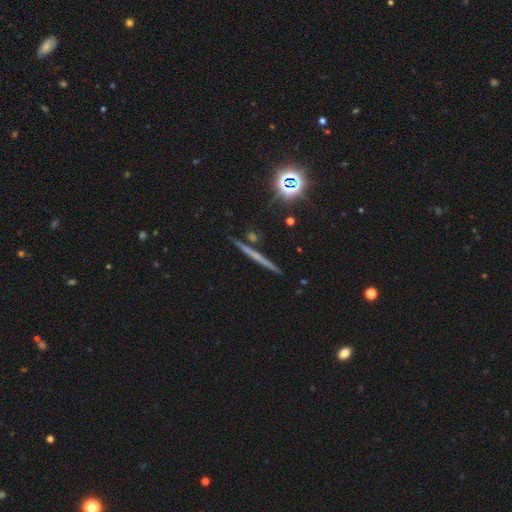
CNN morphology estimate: featured or disk 49%, smooth 36%, star or artifact 15%. Down the decision tree: merging — none (89%).